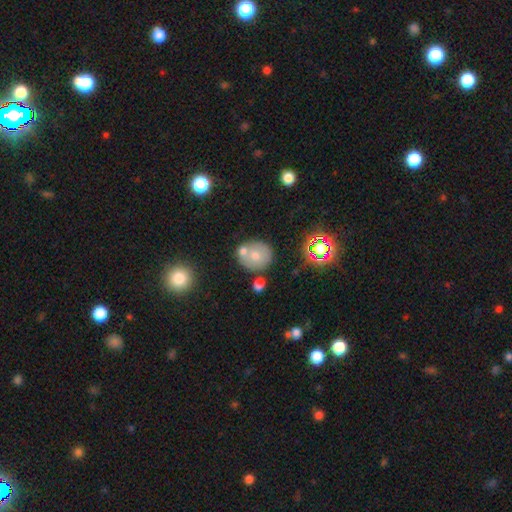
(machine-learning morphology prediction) Smooth or featured: smooth — 65% (featured or disk — 23%)
How rounded: round — 78% (in between — 21%)
Merging: none — 54% (merger — 28%)